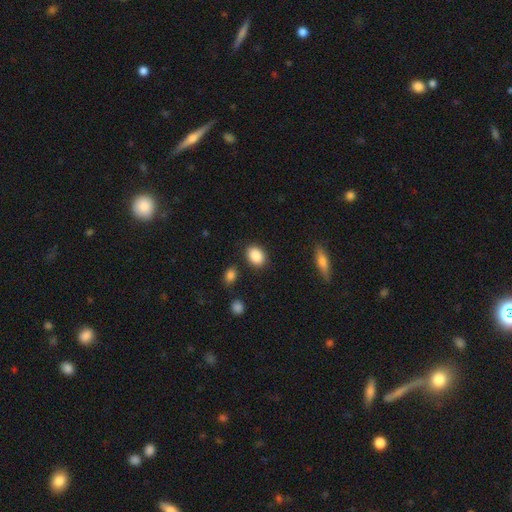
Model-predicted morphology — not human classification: Overall: smooth (88%). How rounded: in between (72%). Merging: none (84%).